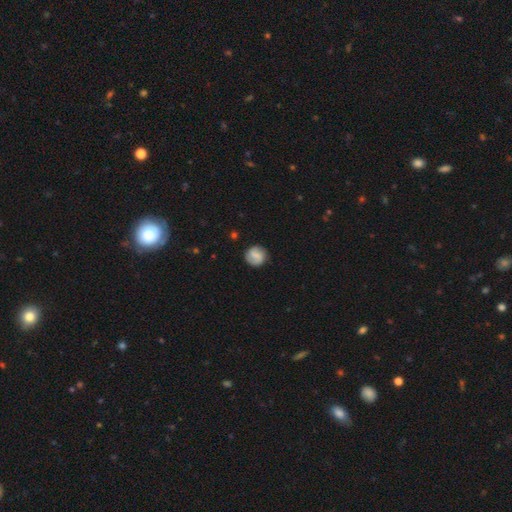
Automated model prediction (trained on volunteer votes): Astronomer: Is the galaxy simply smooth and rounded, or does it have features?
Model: smooth — 55% (runner-up: featured or disk, 38%).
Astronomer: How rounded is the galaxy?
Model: round — 88%.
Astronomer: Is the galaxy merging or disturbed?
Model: none — 84%.